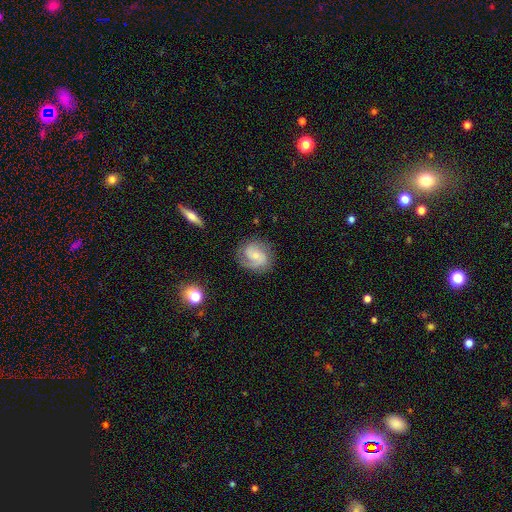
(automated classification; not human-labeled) A featured or disk galaxy (74%) with no bar (60%), 2 (69%) medium (46%) spiral arms (95%) and a small central bulge (63%).

Vote fractions:
- Smooth or featured? featured or disk: 74% / smooth: 19% / star or artifact: 7%
- Edge-on disk? no: 98% / yes: 2%
- Bar? no: 60% / weak: 33% / strong: 6%
- Spiral arms? yes: 95% / no: 5%
- Spiral winding? medium: 46% / tight: 37% / loose: 18%
- Spiral arm count? 2: 69% / 1: 13% / can't tell: 9% / 3: 5% / 4: 2% / more than 4: 2%
- Bulge size? small: 63% / moderate: 25% / none: 8% / large: 2% / dominant: 1%
- Merging? none: 76% / minor disturbance: 16% / major disturbance: 7% / merger: 1%